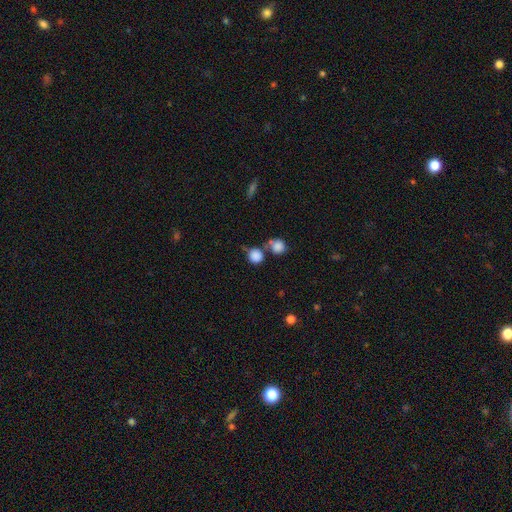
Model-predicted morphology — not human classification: Smooth or featured? smooth (85%)
How rounded? round (87%)
Merging? none (52%)